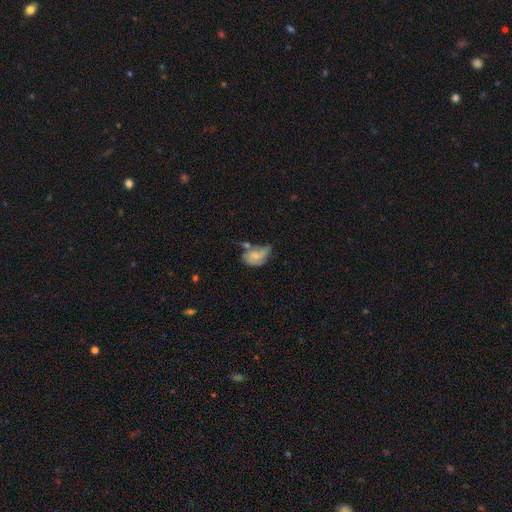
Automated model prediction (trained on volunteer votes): smooth-or-featured: featured or disk: 46% | smooth: 45% | star or artifact: 9%
  merging: minor disturbance: 29% | none: 27% | major disturbance: 23% | merger: 21%